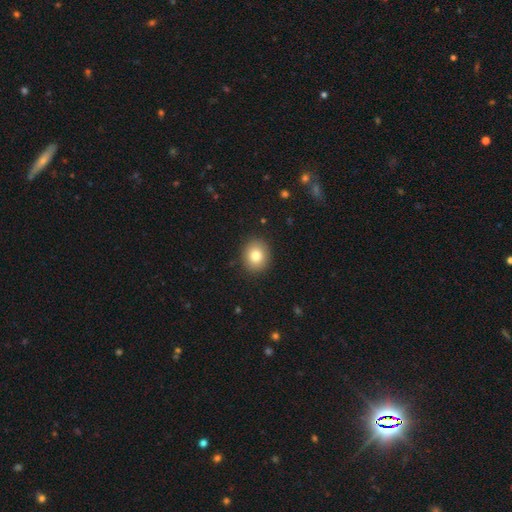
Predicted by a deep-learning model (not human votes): The model was most divided on "how rounded": round: 71%, in between: 28%, cigar-shaped: 1%. More confident: merging — none (90%); smooth or featured — smooth (81%).